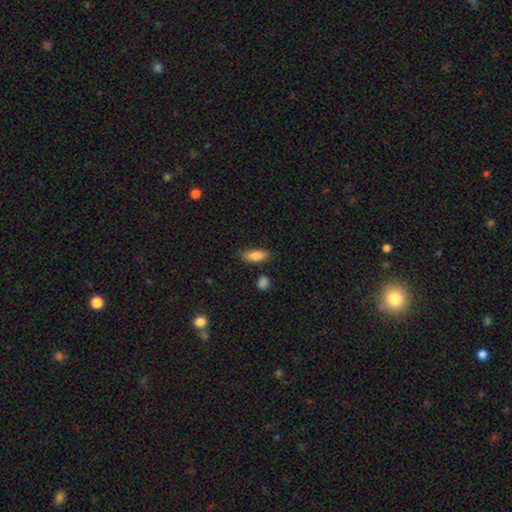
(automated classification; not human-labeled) Smooth or featured? Predicted: smooth (p=0.86). How rounded? Predicted: in between (p=0.72). Merging? Predicted: none (p=0.81).